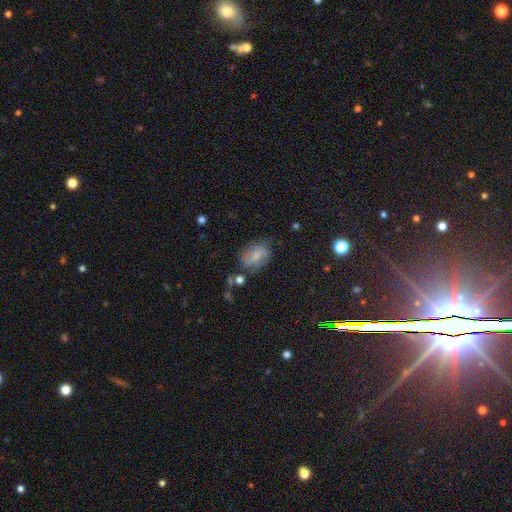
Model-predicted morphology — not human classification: Smooth or featured?
  - smooth: 62% *
  - featured or disk: 29%
  - star or artifact: 10%
How rounded?
  - in between: 73% *
  - round: 25%
  - cigar-shaped: 2%
Merging?
  - none: 58% *
  - minor disturbance: 26%
  - major disturbance: 11%
  - merger: 5%